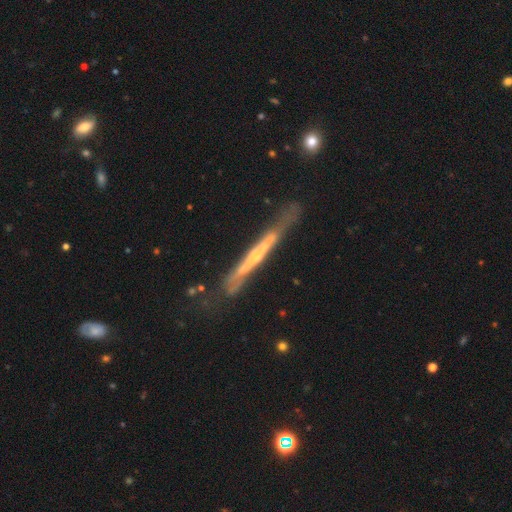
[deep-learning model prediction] This is likely a featured or disk galaxy (75%). It is clearly viewed edge-on (89%). Edge-on bulge: possibly rounded (45%). Merging: possibly none (56%).